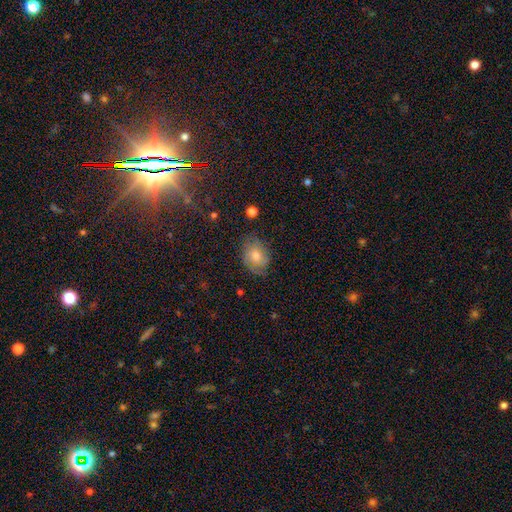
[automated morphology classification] smooth_or_featured: smooth (p=0.50) [alt: featured or disk p=0.34]
merging: none (p=0.72) [alt: minor disturbance p=0.20]